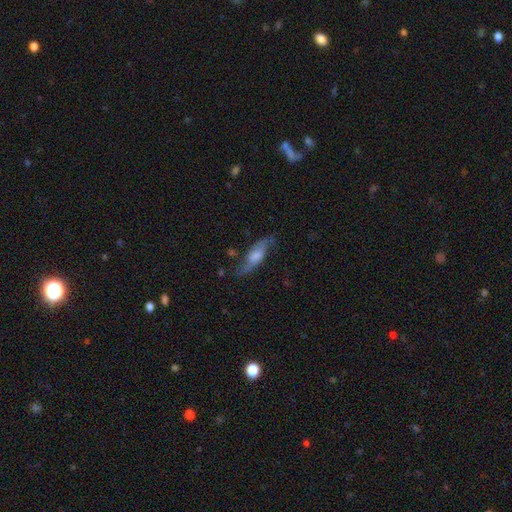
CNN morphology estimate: smooth_or_featured: featured or disk (p=0.54) [alt: smooth p=0.39]
disk_edge_on: no (p=0.63) [alt: yes p=0.37]
merging: none (p=0.67) [alt: minor disturbance p=0.21]